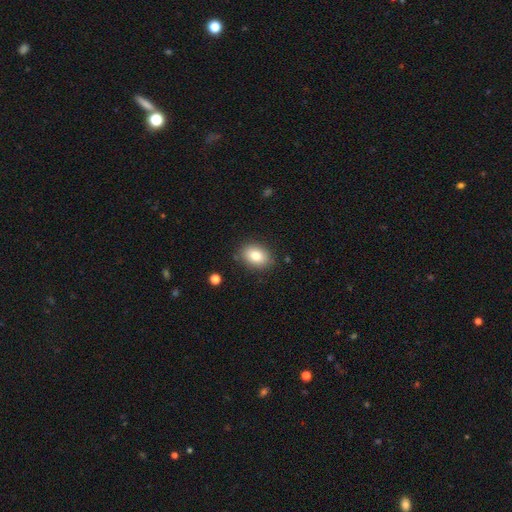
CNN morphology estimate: A smooth galaxy with no disk features (82%) that is in between round and cigar-shaped (75%). Merging: none (85%).